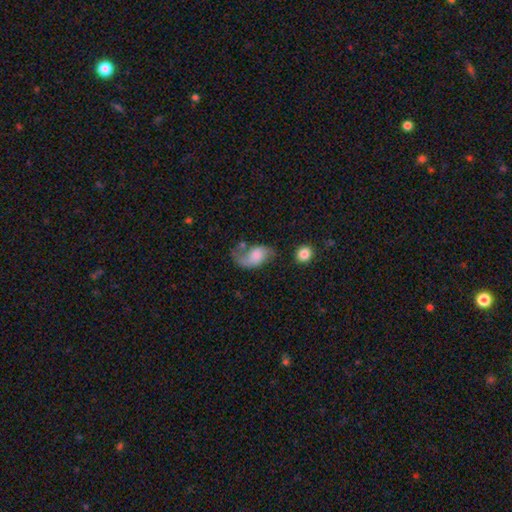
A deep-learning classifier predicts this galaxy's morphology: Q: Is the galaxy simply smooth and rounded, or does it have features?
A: featured or disk — 47%.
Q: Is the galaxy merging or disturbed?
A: none — 36%.